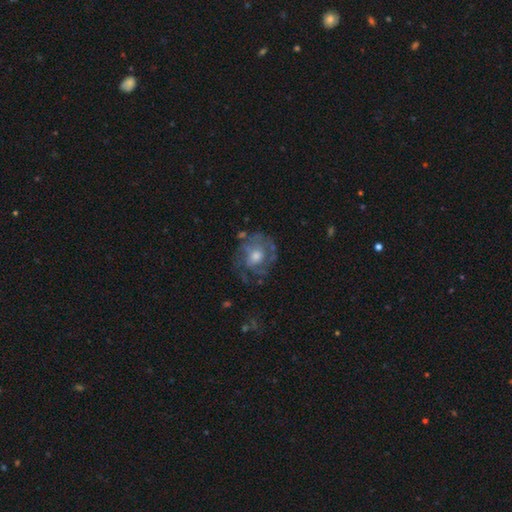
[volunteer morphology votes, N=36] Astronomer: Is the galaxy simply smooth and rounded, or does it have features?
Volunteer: featured or disk — 94%.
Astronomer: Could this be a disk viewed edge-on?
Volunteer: no — 100%.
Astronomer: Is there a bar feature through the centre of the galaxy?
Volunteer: no — 79%.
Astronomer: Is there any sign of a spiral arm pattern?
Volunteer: yes — 74%.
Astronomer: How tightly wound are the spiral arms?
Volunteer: tight — 48% (runner-up: medium, 44%).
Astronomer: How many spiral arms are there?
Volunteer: can't tell — 52%.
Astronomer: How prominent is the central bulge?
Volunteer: moderate — 76%.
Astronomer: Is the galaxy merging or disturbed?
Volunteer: none — 61%.